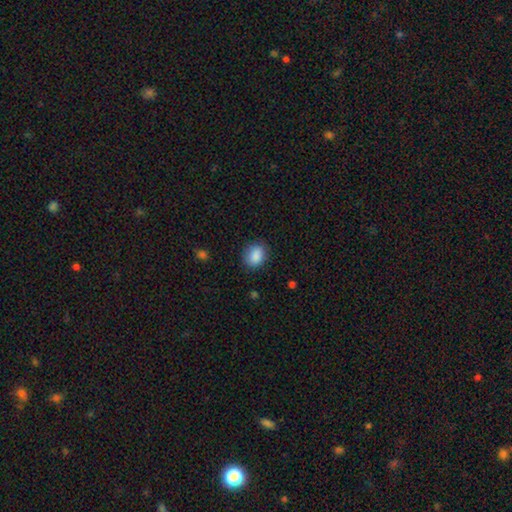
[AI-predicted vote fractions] smooth 88%, star or artifact 8%, featured or disk 4%. Down the decision tree: how rounded — in between (54%); merging — none (83%).